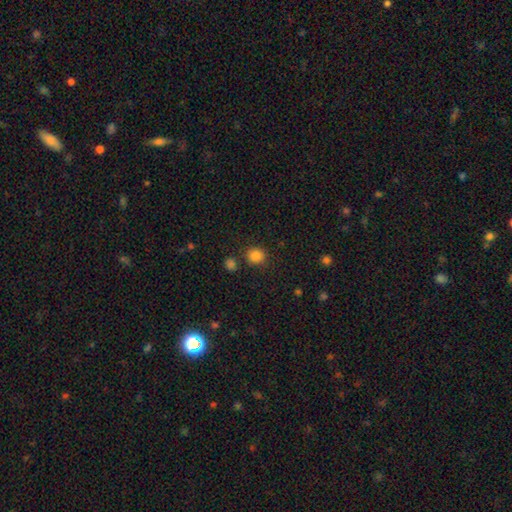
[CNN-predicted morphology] Overall: smooth (85%). How rounded: round (86%). Merging: none (83%).